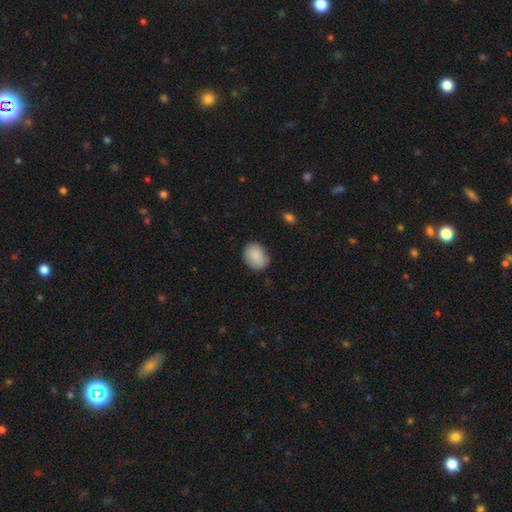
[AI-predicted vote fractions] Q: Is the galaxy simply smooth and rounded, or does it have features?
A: smooth — 88%.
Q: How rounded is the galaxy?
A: in between — 54%.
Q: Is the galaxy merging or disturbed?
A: none — 78%.